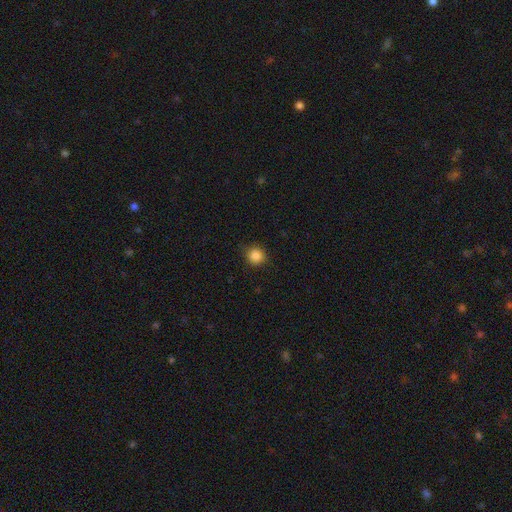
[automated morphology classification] smooth-or-featured: smooth: 86% | star or artifact: 11% | featured or disk: 4%
  how-rounded: round: 90% | in between: 9% | cigar-shaped: 1%
  merging: none: 86% | minor disturbance: 11% | major disturbance: 2% | merger: 1%